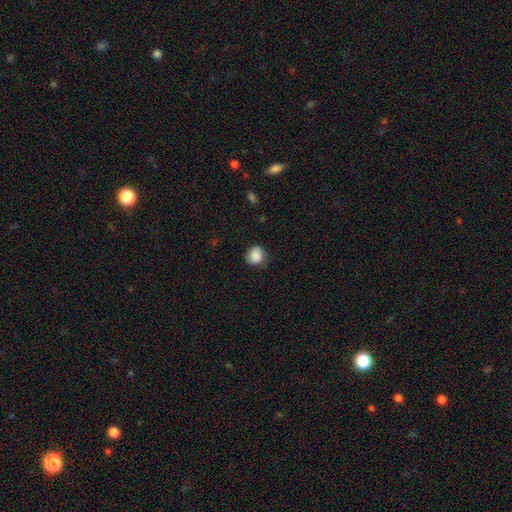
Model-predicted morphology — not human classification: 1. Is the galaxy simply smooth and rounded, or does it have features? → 88% smooth, 8% star or artifact, 4% featured or disk.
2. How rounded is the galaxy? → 82% round, 17% in between, 1% cigar-shaped.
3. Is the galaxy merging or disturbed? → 74% none, 20% minor disturbance, 4% major disturbance, 1% merger.